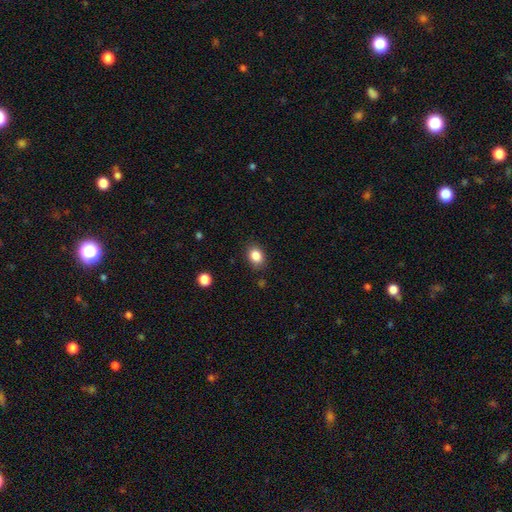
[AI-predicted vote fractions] A smooth galaxy with no disk features (85%) that is in between round and cigar-shaped (60%). Merging: none (85%).